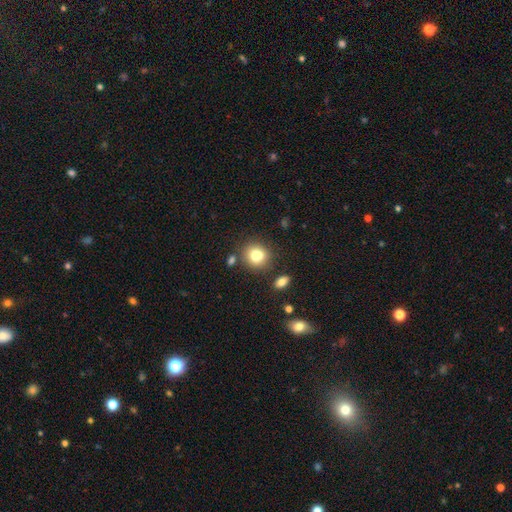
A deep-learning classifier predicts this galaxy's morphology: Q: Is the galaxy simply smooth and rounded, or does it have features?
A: smooth — 81%.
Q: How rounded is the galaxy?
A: round — 77%.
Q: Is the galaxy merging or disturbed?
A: none — 75%.